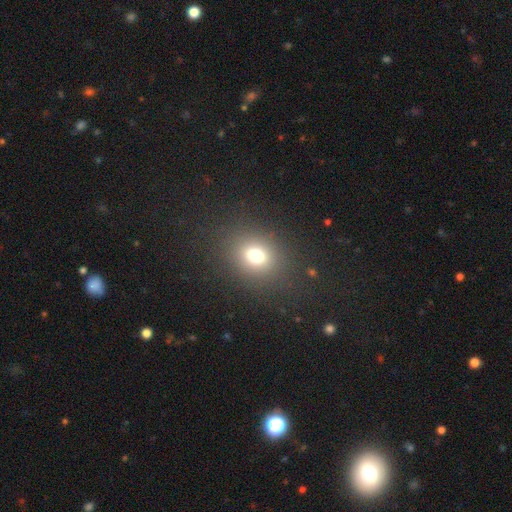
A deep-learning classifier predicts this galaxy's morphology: Smooth or featured? smooth (73%)
How rounded? round (60%)
Merging? none (85%)